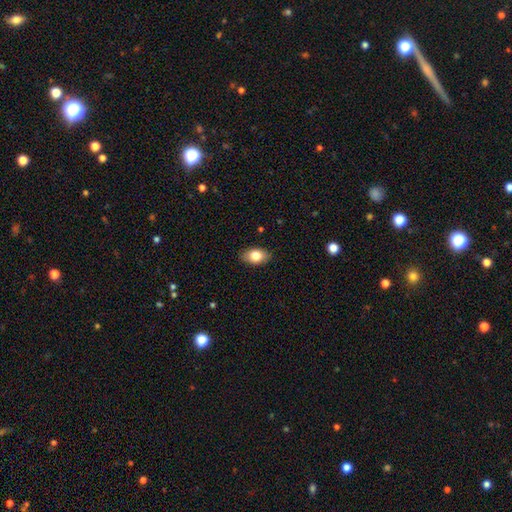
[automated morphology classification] A smooth galaxy with no disk features (81%) that is in between round and cigar-shaped (87%). Merging: none (87%).